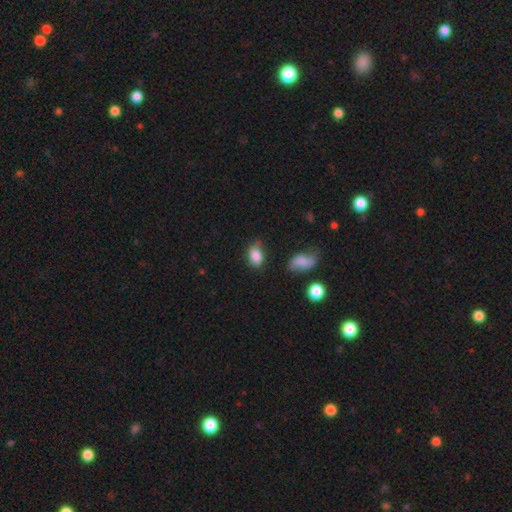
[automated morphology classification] Smooth or featured: smooth — 86% (star or artifact — 8%)
How rounded: in between — 83% (round — 15%)
Merging: none — 67% (minor disturbance — 24%)